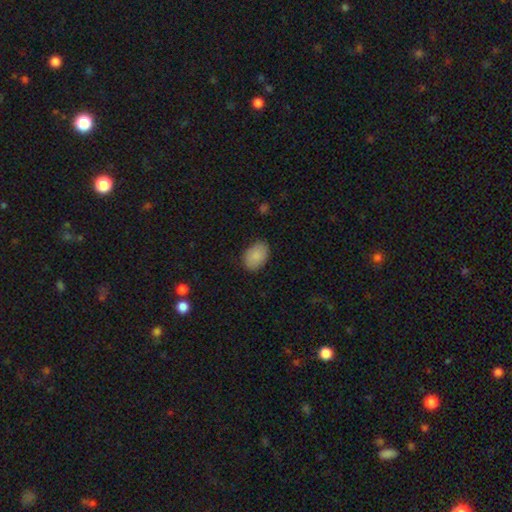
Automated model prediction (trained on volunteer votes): Smooth or featured? smooth (86%)
How rounded? in between (83%)
Merging? none (82%)